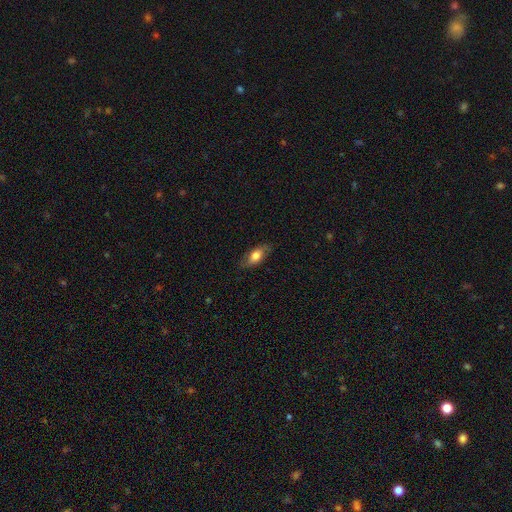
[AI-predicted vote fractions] Smooth or featured?
  - smooth: 66% *
  - featured or disk: 27%
  - star or artifact: 7%
How rounded?
  - in between: 82% *
  - cigar-shaped: 13%
  - round: 5%
Merging?
  - none: 79% *
  - minor disturbance: 16%
  - major disturbance: 4%
  - merger: 1%